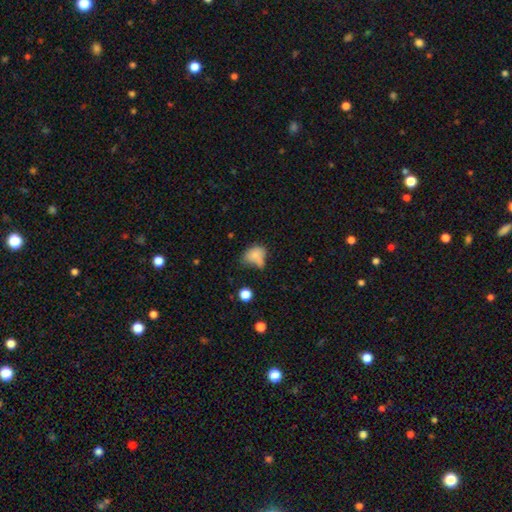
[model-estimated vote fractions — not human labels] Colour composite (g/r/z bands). It shows a smooth galaxy with no disk features (77%) that is in between round and cigar-shaped (72%). Merging: none (34%).